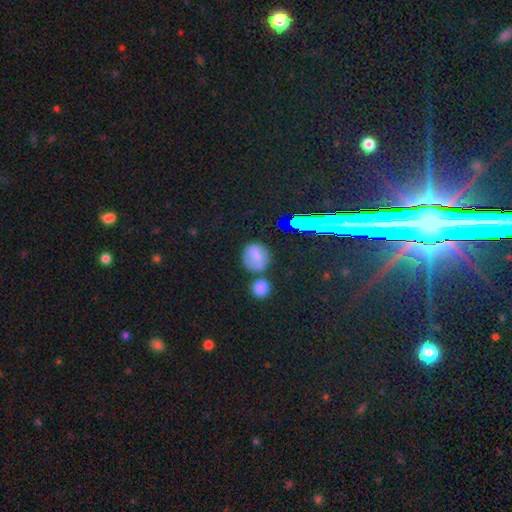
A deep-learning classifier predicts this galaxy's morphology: The model was most divided on "how rounded": round: 68%, in between: 30%, cigar-shaped: 2%. More confident: smooth or featured — smooth (68%); merging — none (64%).